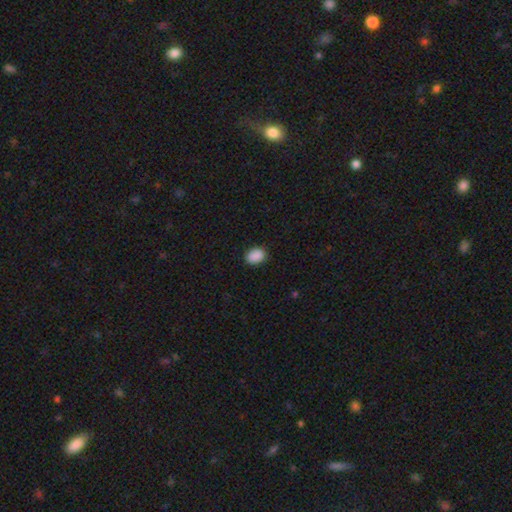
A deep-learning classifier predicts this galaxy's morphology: A smooth galaxy with no disk features (90%) that is in between round and cigar-shaped (71%). Merging: none (88%).